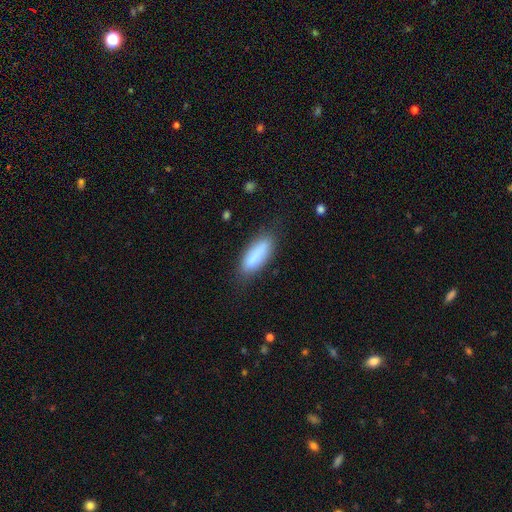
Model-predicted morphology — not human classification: Smooth or featured?
  - smooth: 84% *
  - featured or disk: 9%
  - star or artifact: 7%
How rounded?
  - in between: 59% *
  - cigar-shaped: 40%
  - round: 2%
Merging?
  - none: 77% *
  - minor disturbance: 16%
  - major disturbance: 5%
  - merger: 2%